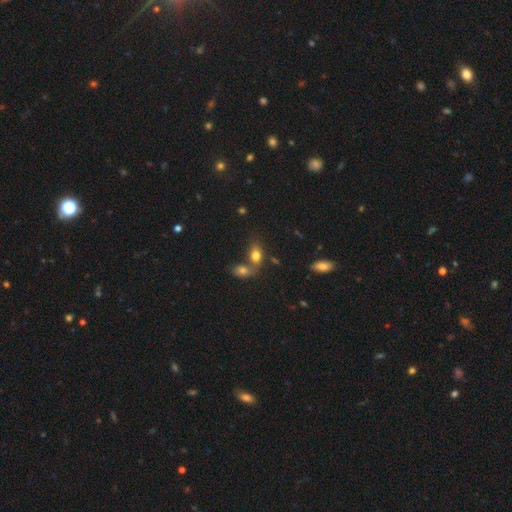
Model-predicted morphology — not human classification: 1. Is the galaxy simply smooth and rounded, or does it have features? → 77% smooth, 12% featured or disk, 11% star or artifact.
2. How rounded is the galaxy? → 83% in between, 14% round, 3% cigar-shaped.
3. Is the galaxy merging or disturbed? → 49% merger, 36% none, 10% minor disturbance, 5% major disturbance.